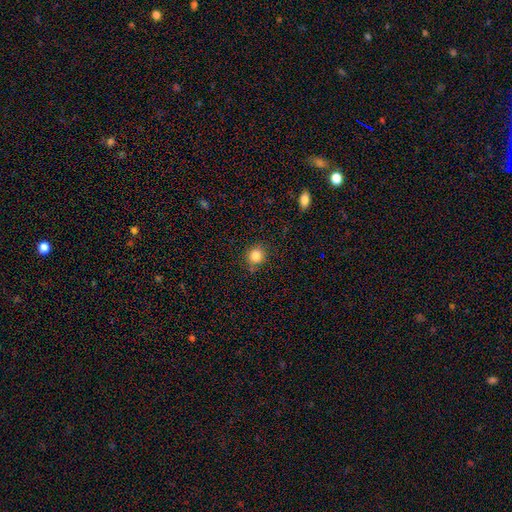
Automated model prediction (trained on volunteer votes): Smooth or featured? smooth (85%)
How rounded? round (85%)
Merging? none (81%)